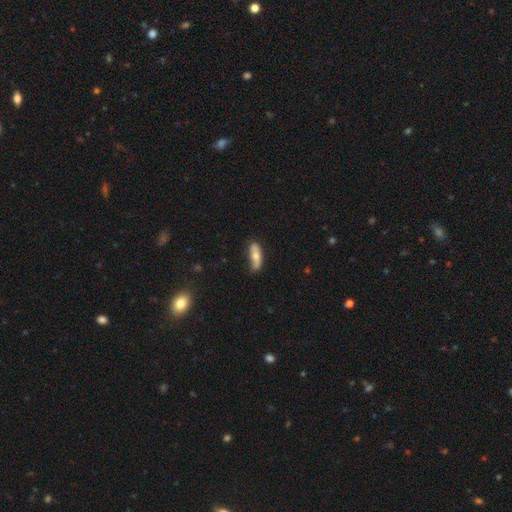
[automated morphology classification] Overall: smooth (64%; featured or disk 30%). How rounded: in between (57%; cigar-shaped 40%). Merging: none (67%).